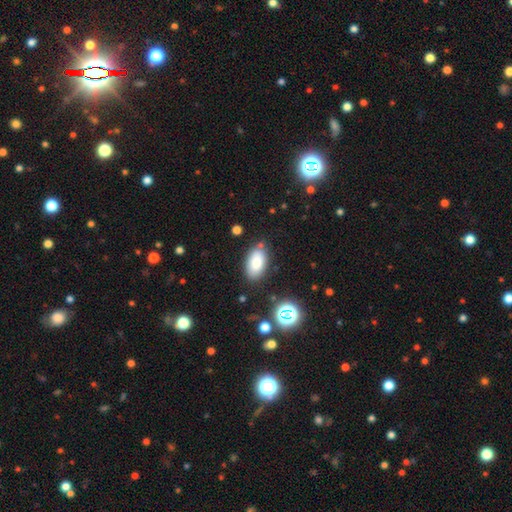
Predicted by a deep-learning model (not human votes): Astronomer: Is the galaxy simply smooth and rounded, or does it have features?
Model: smooth — 81%.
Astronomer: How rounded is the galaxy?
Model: in between — 93%.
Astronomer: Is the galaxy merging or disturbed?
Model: none — 79%.